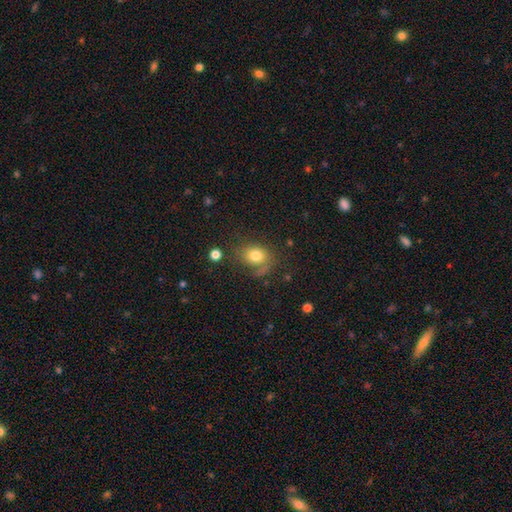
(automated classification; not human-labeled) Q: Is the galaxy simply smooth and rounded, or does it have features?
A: smooth — 75%.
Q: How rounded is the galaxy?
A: round — 55%.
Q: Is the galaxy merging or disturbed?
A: none — 55%.